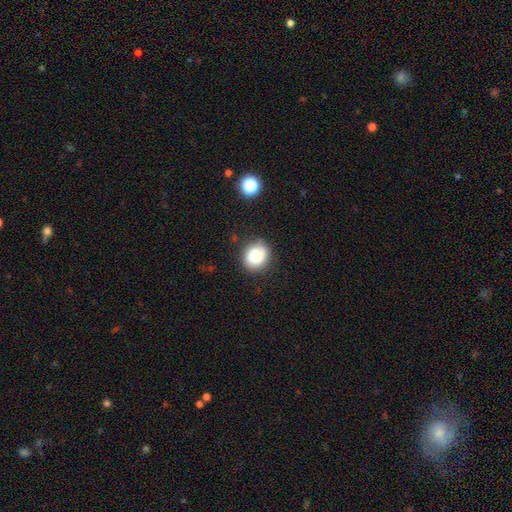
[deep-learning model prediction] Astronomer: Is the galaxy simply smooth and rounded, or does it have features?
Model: smooth — 84%.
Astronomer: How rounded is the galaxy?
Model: round — 74%.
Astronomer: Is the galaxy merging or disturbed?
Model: none — 80%.